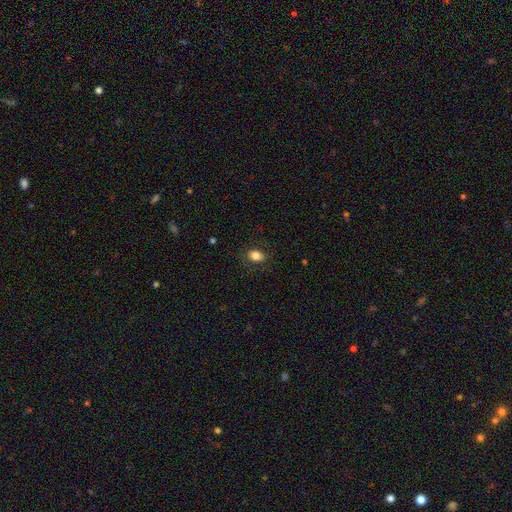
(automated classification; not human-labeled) Smooth or featured: smooth — 82% (star or artifact — 9%)
How rounded: in between — 71% (round — 28%)
Merging: none — 81% (minor disturbance — 13%)